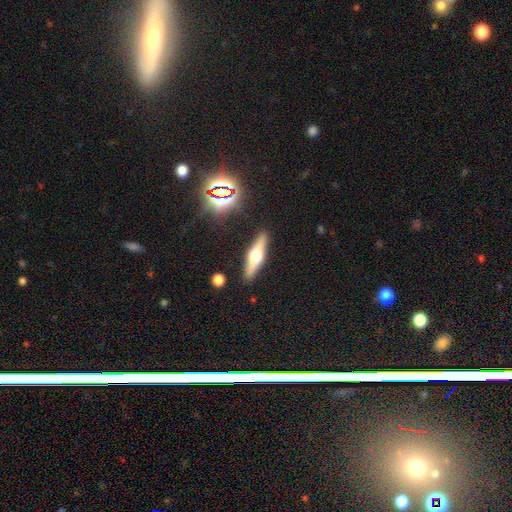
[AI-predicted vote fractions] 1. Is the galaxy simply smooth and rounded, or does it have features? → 60% featured or disk, 32% smooth, 8% star or artifact.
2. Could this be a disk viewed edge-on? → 94% yes, 6% no.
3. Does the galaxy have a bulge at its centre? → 94% rounded, 4% boxy, 2% none.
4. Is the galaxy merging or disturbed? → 89% none, 7% minor disturbance, 2% major disturbance, 2% merger.